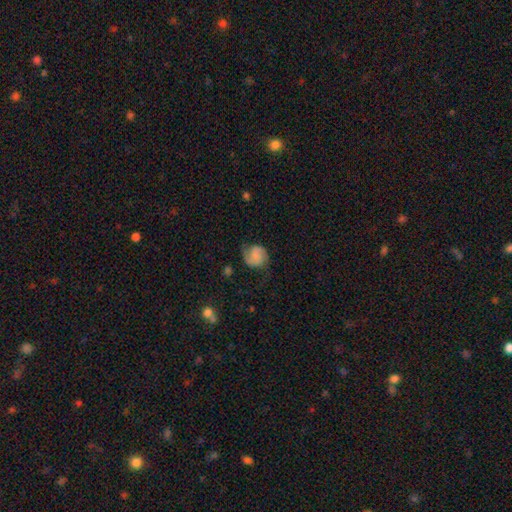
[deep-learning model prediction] A featured or disk galaxy (53%) with no bar (63%), spiral arms (93%) and no central bulge (57%). Merging: none (64%).